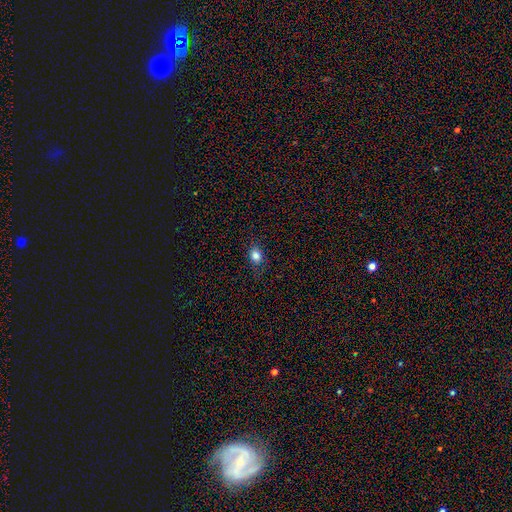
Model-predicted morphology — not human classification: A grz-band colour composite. It shows a smooth galaxy with no disk features (81%) that is round (53%). Merging: none (80%).